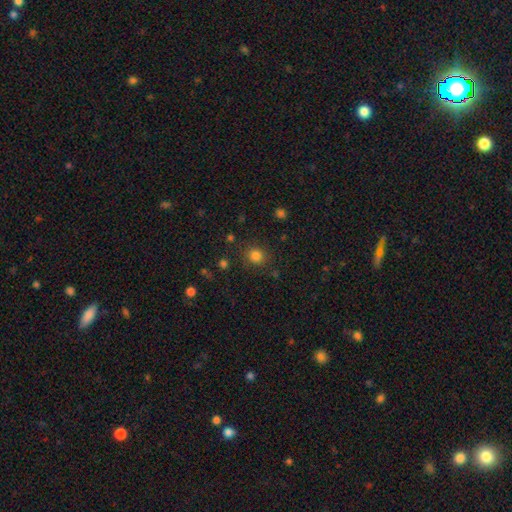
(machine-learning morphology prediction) This appears to be a smooth galaxy with no disk features (81%) that is round (86%). Merging: none (85%).